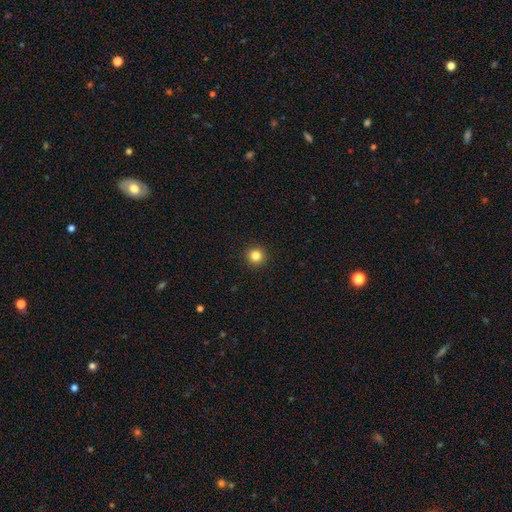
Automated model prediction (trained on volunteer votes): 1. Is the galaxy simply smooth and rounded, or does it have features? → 83% smooth, 12% star or artifact, 5% featured or disk.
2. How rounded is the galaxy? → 95% round, 4% in between, 1% cigar-shaped.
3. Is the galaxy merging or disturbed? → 93% none, 4% minor disturbance, 2% major disturbance, 1% merger.